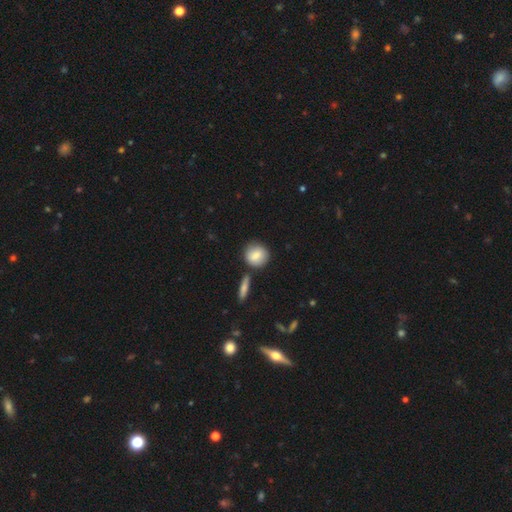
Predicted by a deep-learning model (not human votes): Overall: smooth (80%). How rounded: round (85%). Merging: none (75%).